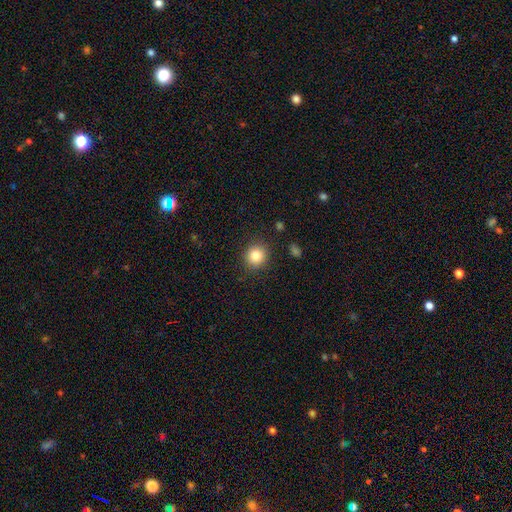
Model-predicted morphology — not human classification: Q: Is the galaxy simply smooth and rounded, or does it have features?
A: smooth — 83%.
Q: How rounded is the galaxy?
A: round — 86%.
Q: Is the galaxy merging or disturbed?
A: none — 88%.